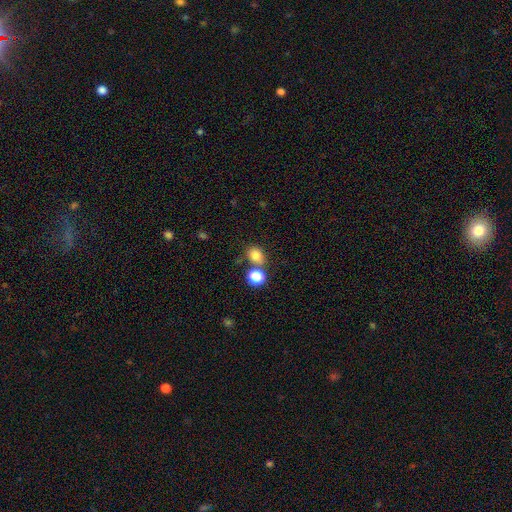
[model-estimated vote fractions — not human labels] The model was most divided on "how rounded": round: 56%, in between: 43%, cigar-shaped: 1%. More confident: smooth or featured — smooth (80%); merging — none (63%).